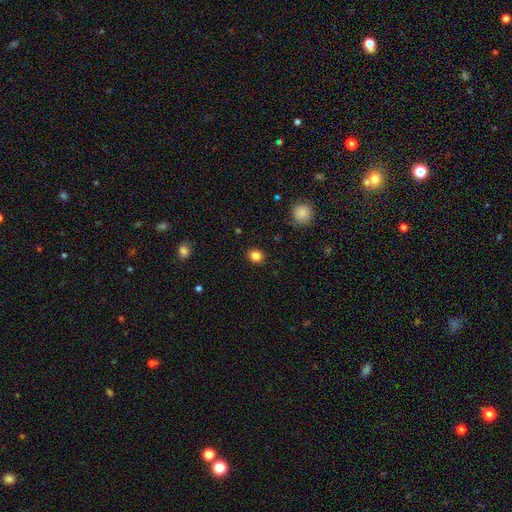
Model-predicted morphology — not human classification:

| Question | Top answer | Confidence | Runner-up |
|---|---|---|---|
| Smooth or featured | smooth | 84% | star or artifact (12%) |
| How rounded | round | 77% | in between (22%) |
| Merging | none | 89% | minor disturbance (8%) |